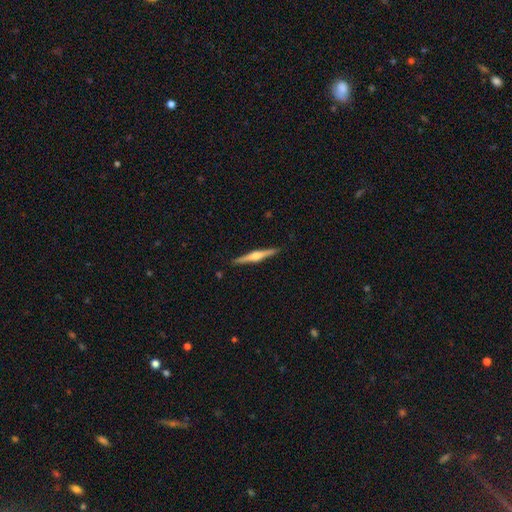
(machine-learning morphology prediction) This appears to be a featured or disk galaxy (73%) viewed edge-on (98%) with a rounded central bulge (87%). Merging: none (91%).